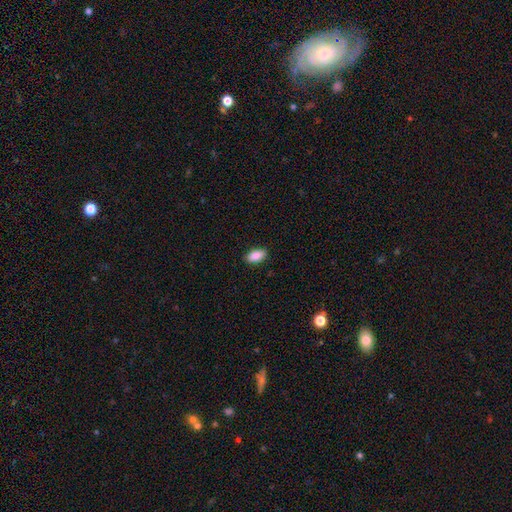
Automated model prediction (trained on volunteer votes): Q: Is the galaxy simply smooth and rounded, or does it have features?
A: smooth — 89%.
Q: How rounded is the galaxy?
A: in between — 93%.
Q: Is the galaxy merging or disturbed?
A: none — 88%.